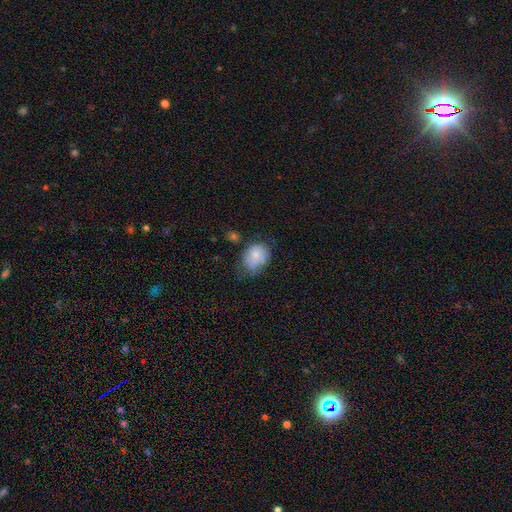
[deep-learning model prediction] This appears to be a smooth galaxy with no disk features (71%) that is in between round and cigar-shaped (52%). Merging: none (45%).